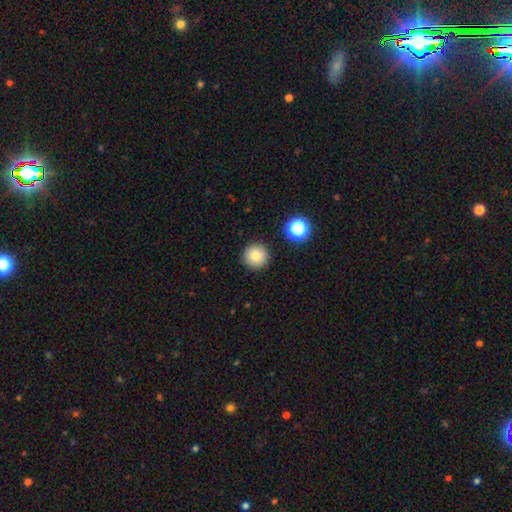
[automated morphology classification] Smooth or featured? smooth (82%)
How rounded? round (96%)
Merging? none (90%)